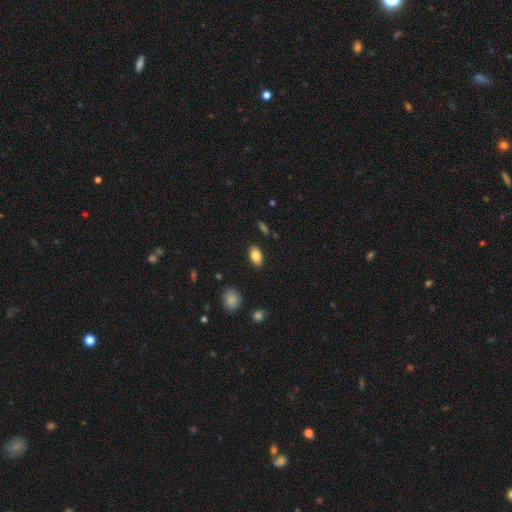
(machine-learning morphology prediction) This is clearly a smooth galaxy (84%). How rounded: clearly in between (91%). Merging: clearly none (88%).